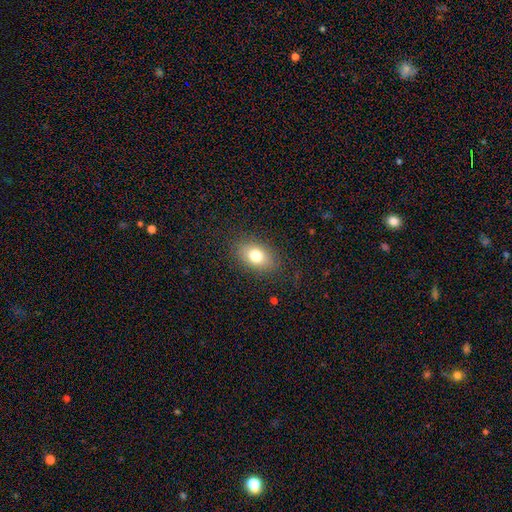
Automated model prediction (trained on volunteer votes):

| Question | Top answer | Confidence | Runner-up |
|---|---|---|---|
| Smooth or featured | smooth | 77% | featured or disk (13%) |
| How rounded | in between | 82% | round (16%) |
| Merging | none | 84% | minor disturbance (11%) |